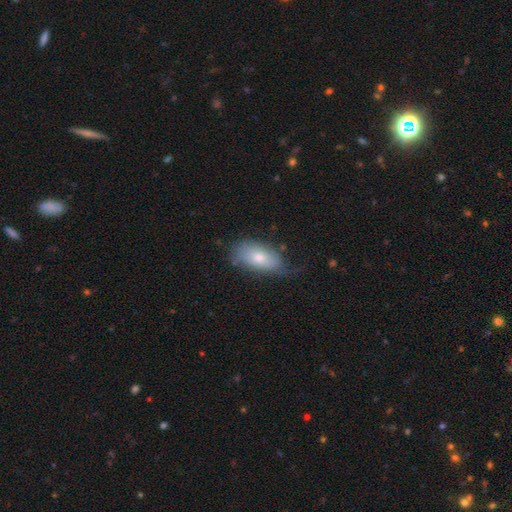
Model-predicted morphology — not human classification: Overall: smooth (54%; featured or disk 34%). How rounded: in between (85%). Merging: none (56%; minor disturbance 31%).